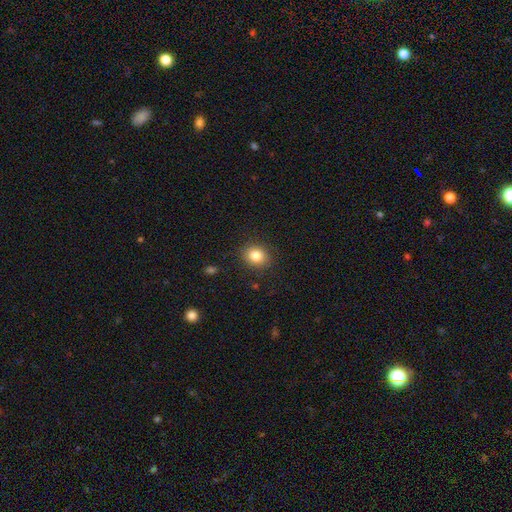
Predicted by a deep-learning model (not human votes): A smooth galaxy with no disk features (83%) that is round (63%).

Vote fractions:
- Smooth or featured? smooth: 83% / star or artifact: 10% / featured or disk: 7%
- How rounded? round: 63% / in between: 36% / cigar-shaped: 1%
- Merging? none: 87% / minor disturbance: 9% / major disturbance: 3% / merger: 1%